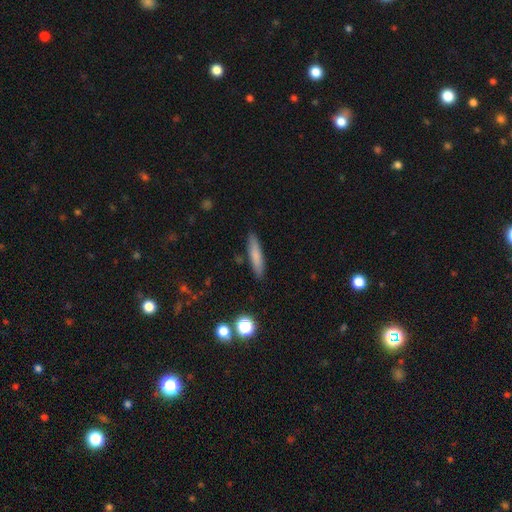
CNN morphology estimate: Q: Smooth or featured?
A: smooth (76%); runner-up: featured or disk (17%)
Q: How rounded?
A: cigar-shaped (85%); runner-up: in between (13%)
Q: Merging?
A: none (88%); runner-up: minor disturbance (8%)